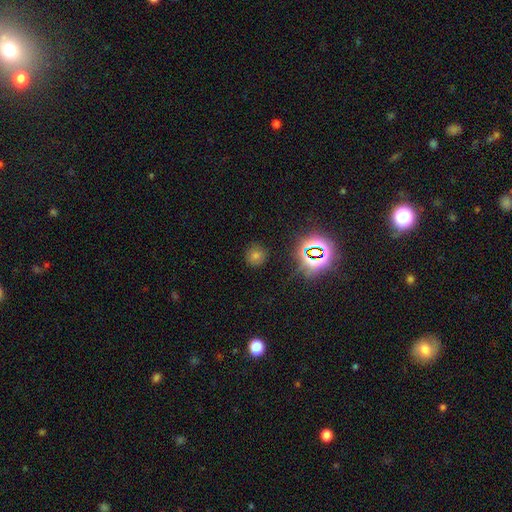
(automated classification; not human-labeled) Smooth or featured? smooth (52%)
How rounded? round (90%)
Merging? none (86%)